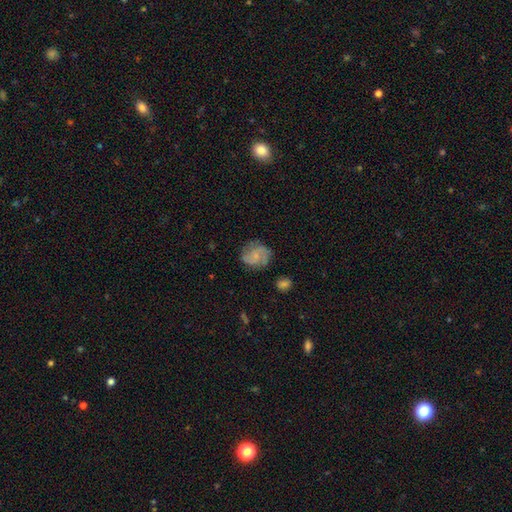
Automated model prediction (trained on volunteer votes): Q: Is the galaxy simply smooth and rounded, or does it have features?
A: featured or disk — 60%.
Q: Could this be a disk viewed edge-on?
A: no — 98%.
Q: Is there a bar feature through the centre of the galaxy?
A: no — 69%.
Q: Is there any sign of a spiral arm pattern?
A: yes — 90%.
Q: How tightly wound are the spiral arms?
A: medium — 47%.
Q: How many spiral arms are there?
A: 2 — 46%.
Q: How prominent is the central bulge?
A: small — 61%.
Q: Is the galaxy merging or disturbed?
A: none — 73%.